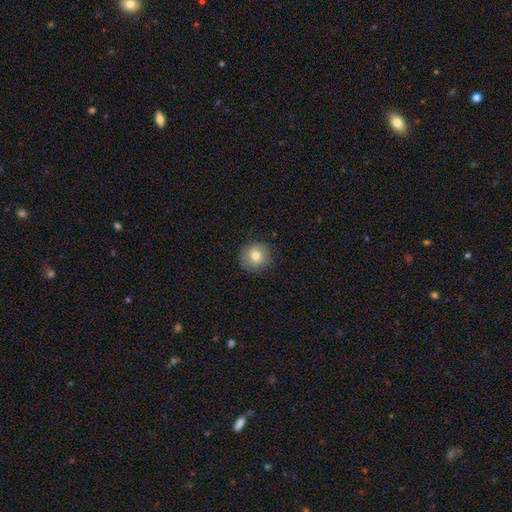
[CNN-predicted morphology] Overall: smooth (77%). How rounded: round (92%). Merging: none (86%).